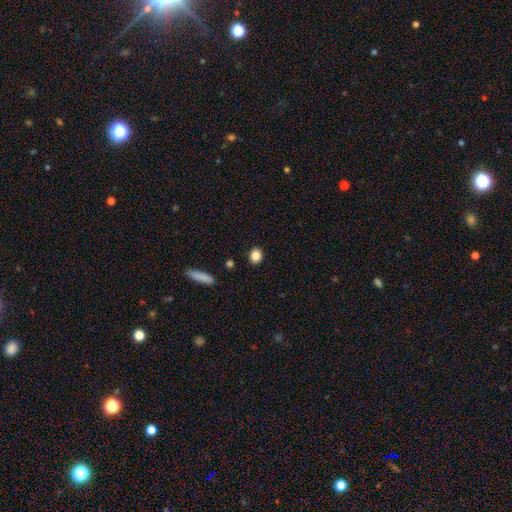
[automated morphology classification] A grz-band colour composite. It shows a smooth galaxy with no disk features (86%) that is round (67%). Merging: none (88%).